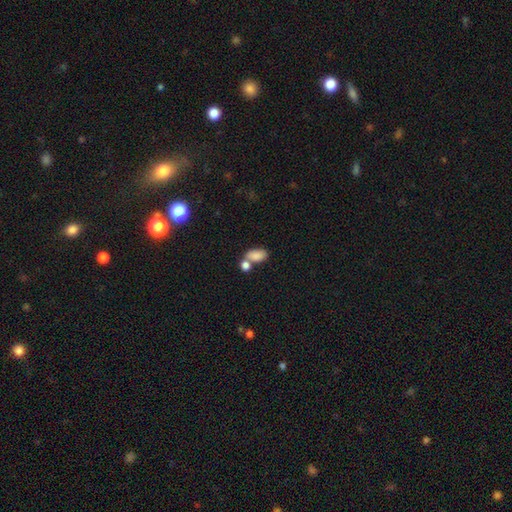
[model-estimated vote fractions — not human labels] smooth_or_featured: smooth (p=0.85) [alt: star or artifact p=0.08]
how_rounded: in between (p=0.91) [alt: round p=0.07]
merging: none (p=0.43) [alt: merger p=0.41]